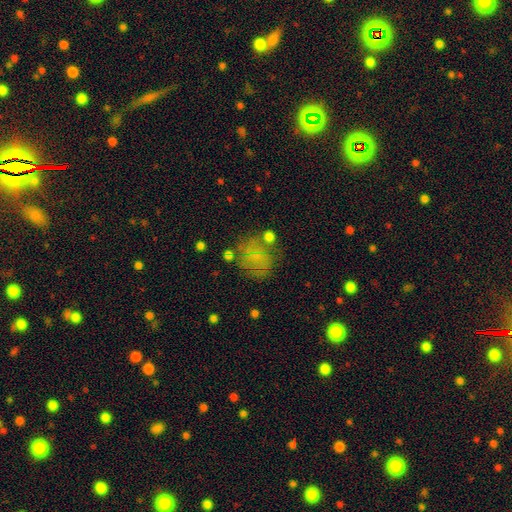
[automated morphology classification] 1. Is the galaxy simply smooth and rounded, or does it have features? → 58% smooth, 24% featured or disk, 18% star or artifact.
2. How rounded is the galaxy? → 70% round, 29% in between, 1% cigar-shaped.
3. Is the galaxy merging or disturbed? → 58% none, 20% minor disturbance, 16% major disturbance, 6% merger.